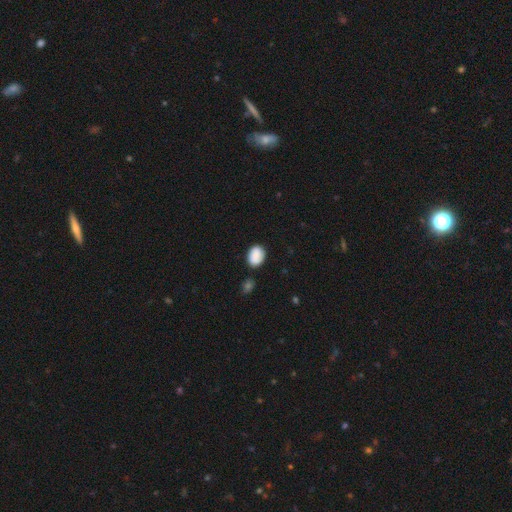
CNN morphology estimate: This appears to be a smooth galaxy with no disk features (84%) that is in between round and cigar-shaped (70%). Merging: none (74%).